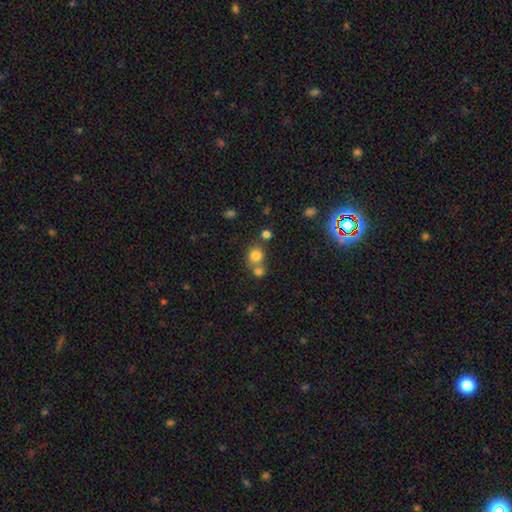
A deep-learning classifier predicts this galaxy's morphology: Overall: smooth (79%). How rounded: round (83%). Merging: none (51%; merger 37%).